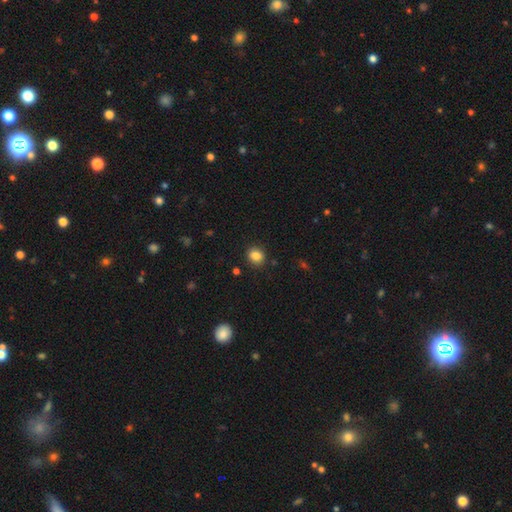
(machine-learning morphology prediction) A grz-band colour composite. It shows a smooth galaxy with no disk features (84%) that is round (73%). Merging: none (88%).